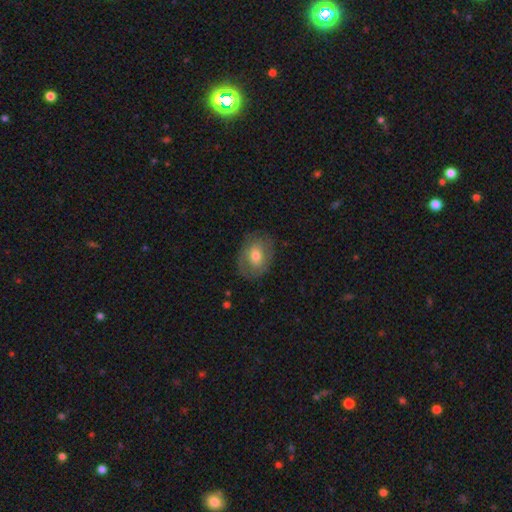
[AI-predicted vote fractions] Overall: smooth (56%; featured or disk 37%). How rounded: in between (64%; round 35%). Merging: none (76%).